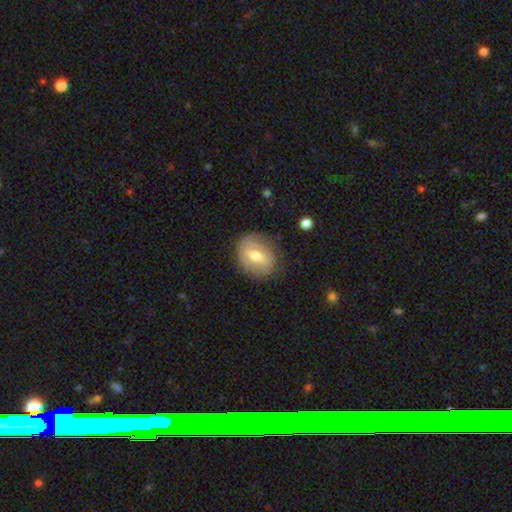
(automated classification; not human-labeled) The model was most divided on "smooth or featured": featured or disk: 54%, smooth: 39%, star or artifact: 7%. More confident: edge-on disk — no (93%); merging — none (77%).